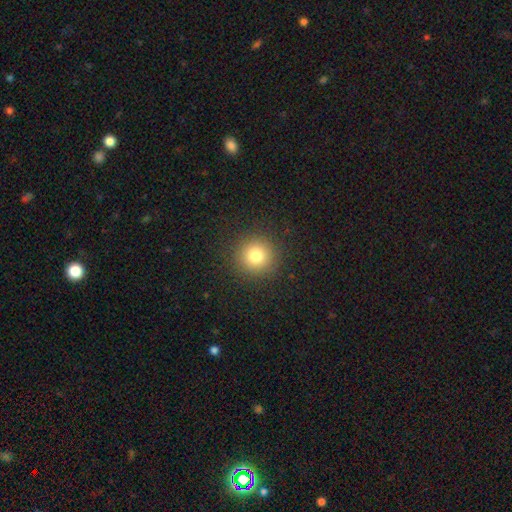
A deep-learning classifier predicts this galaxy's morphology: smooth 79%, star or artifact 13%, featured or disk 8%. Down the decision tree: how rounded — round (94%); merging — none (91%).